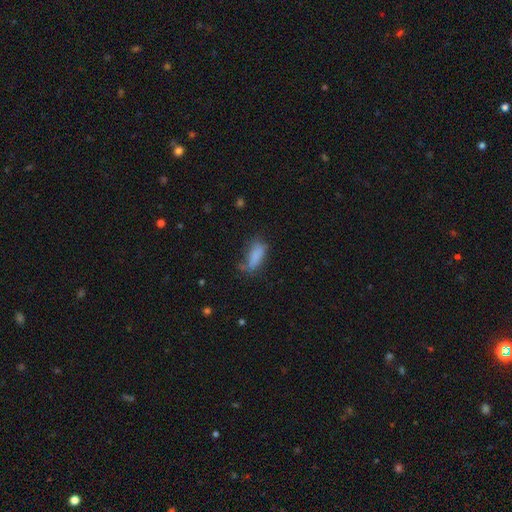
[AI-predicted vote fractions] Q: Smooth or featured?
A: smooth (79%); runner-up: featured or disk (11%)
Q: How rounded?
A: in between (68%); runner-up: cigar-shaped (30%)
Q: Merging?
A: none (45%); runner-up: minor disturbance (32%)